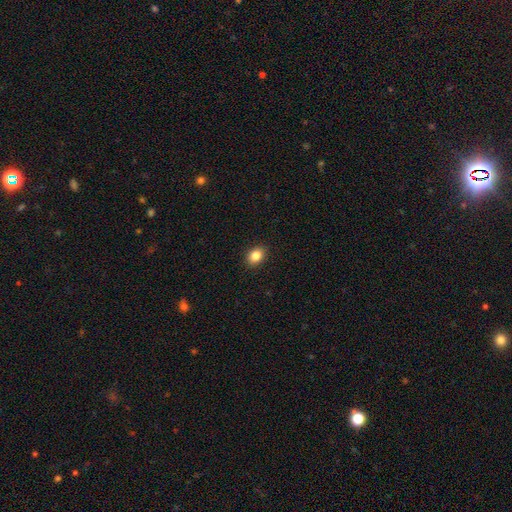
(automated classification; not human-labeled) Smooth or featured? smooth (86%)
How rounded? in between (66%)
Merging? none (90%)